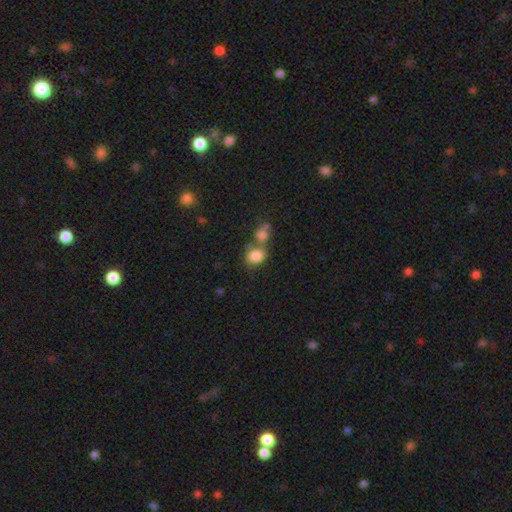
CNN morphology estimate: This is clearly a smooth galaxy (82%). How rounded: possibly round (57%). Merging: possibly merger (49%).